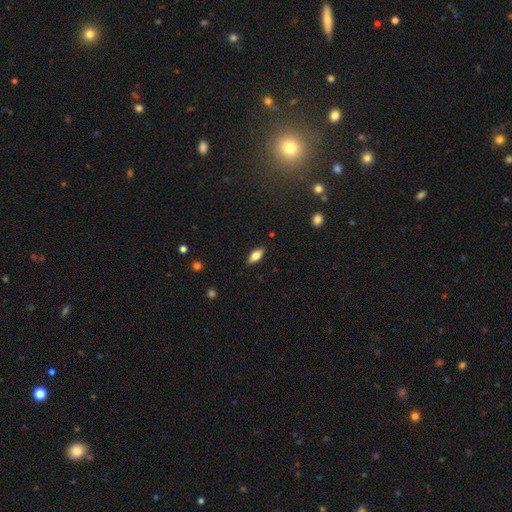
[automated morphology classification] A smooth galaxy with no disk features (64%) that is in between round and cigar-shaped (77%).

Vote fractions:
- Smooth or featured? smooth: 64% / featured or disk: 29% / star or artifact: 7%
- How rounded? in between: 77% / cigar-shaped: 20% / round: 3%
- Merging? none: 87% / minor disturbance: 10% / major disturbance: 2% / merger: 1%